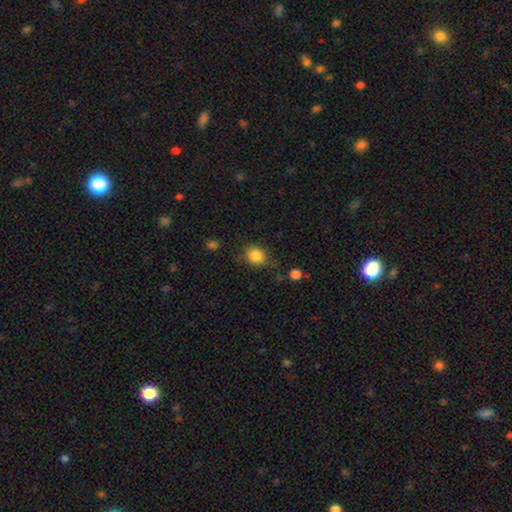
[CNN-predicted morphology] This appears to be a smooth galaxy with no disk features (85%) that is round (63%). Merging: none (73%).